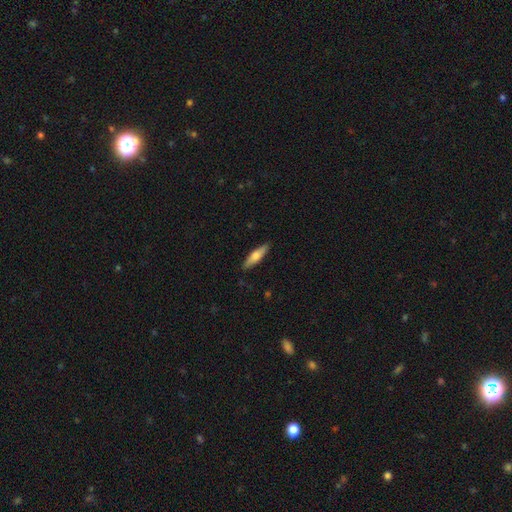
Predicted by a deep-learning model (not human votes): A smooth galaxy with no disk features (60%) that is cigar-shaped (68%). Merging: none (88%).